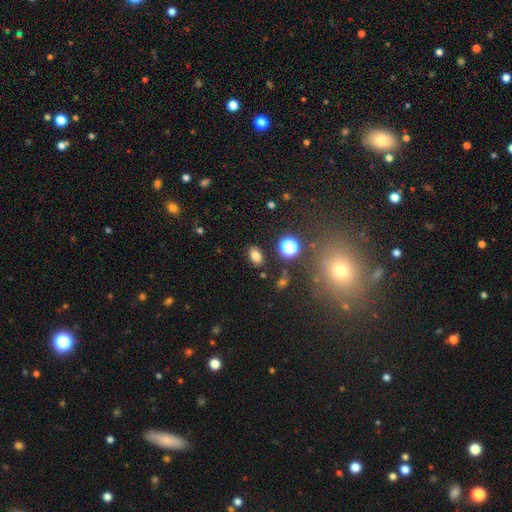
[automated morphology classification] A smooth galaxy with no disk features (77%) that is in between round and cigar-shaped (83%).

Vote fractions:
- Smooth or featured? smooth: 77% / star or artifact: 16% / featured or disk: 7%
- How rounded? in between: 83% / round: 15% / cigar-shaped: 2%
- Merging? none: 86% / minor disturbance: 9% / major disturbance: 3% / merger: 3%